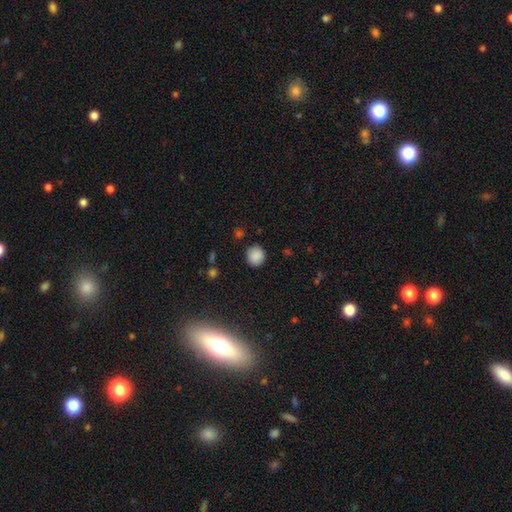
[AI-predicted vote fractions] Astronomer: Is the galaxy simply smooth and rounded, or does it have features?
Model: smooth — 87%.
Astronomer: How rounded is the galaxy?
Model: round — 89%.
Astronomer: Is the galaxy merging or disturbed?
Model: none — 86%.